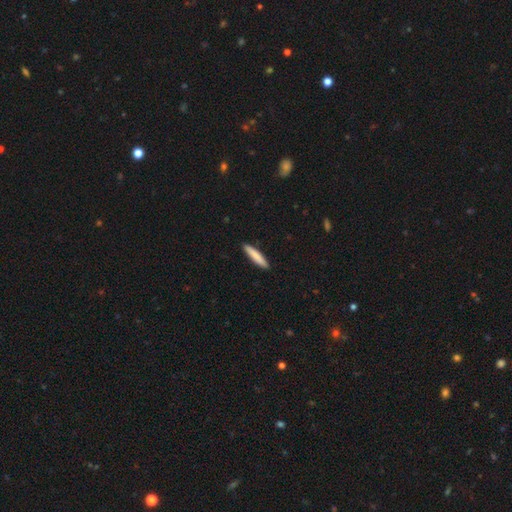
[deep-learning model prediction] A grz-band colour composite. It shows a smooth galaxy with no disk features (83%) that is cigar-shaped (90%). Merging: none (91%).